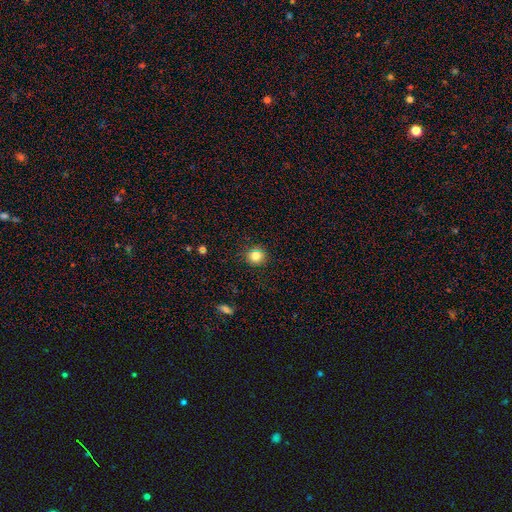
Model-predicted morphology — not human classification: smooth_or_featured: smooth (p=0.81) [alt: star or artifact p=0.13]
how_rounded: round (p=0.88) [alt: in between p=0.11]
merging: none (p=0.87) [alt: minor disturbance p=0.09]